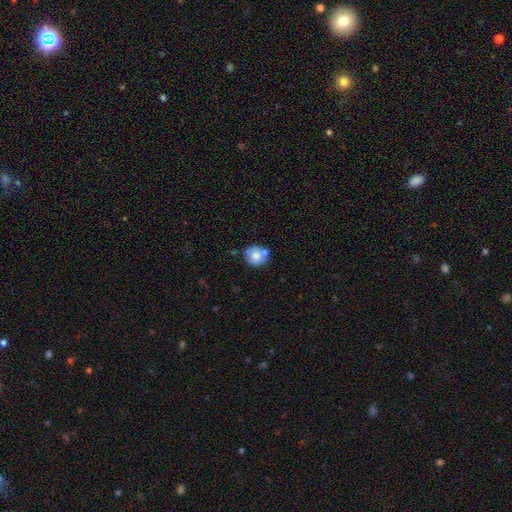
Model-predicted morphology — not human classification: A smooth galaxy with no disk features (68%) that is round (80%).

Vote fractions:
- Smooth or featured? smooth: 68% / featured or disk: 24% / star or artifact: 8%
- How rounded? round: 80% / in between: 19% / cigar-shaped: 1%
- Merging? none: 52% / merger: 25% / minor disturbance: 17% / major disturbance: 6%